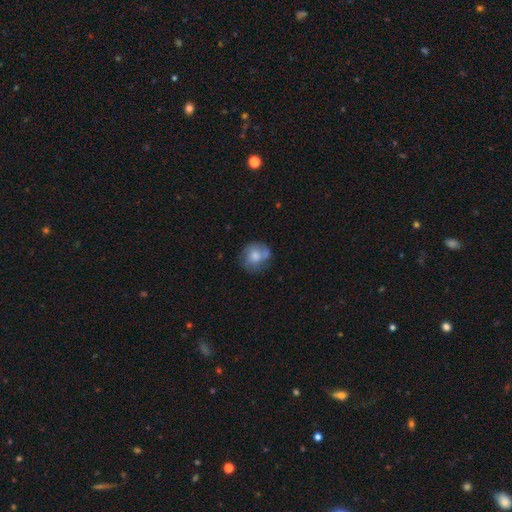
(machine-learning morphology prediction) Overall: smooth (60%; featured or disk 32%). How rounded: round (74%). Merging: none (58%; minor disturbance 24%).